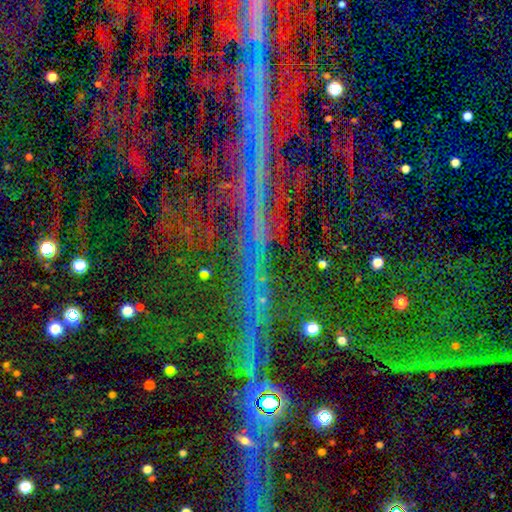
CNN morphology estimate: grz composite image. It shows a star or artifact, not a galaxy (82%).